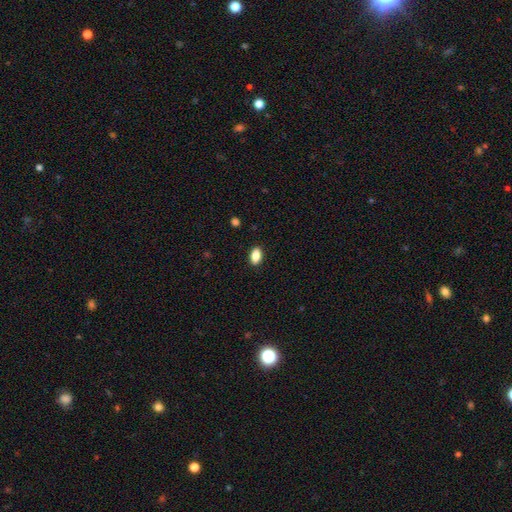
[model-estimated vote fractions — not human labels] Q: Smooth or featured?
A: smooth (86%); runner-up: star or artifact (8%)
Q: How rounded?
A: in between (90%); runner-up: round (7%)
Q: Merging?
A: none (89%); runner-up: minor disturbance (8%)